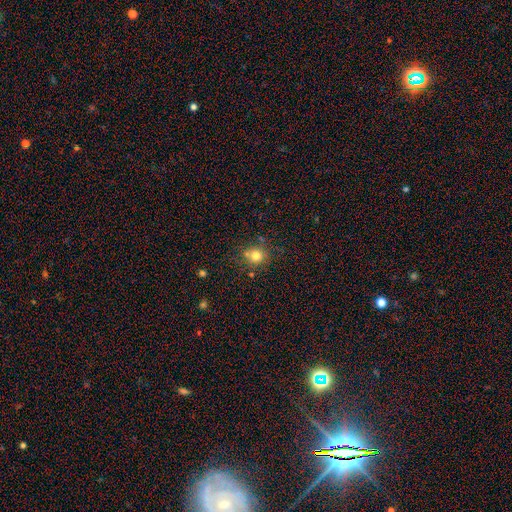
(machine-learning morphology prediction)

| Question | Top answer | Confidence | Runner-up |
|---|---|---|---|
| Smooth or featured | smooth | 77% | star or artifact (14%) |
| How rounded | round | 87% | in between (13%) |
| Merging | none | 71% | merger (13%) |